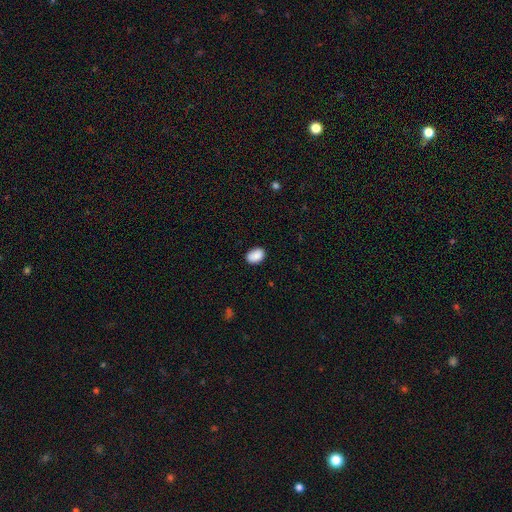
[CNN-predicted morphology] The model was most divided on "merging": none: 83%, minor disturbance: 13%, major disturbance: 2%, merger: 1%. More confident: smooth or featured — smooth (88%); how rounded — in between (84%).